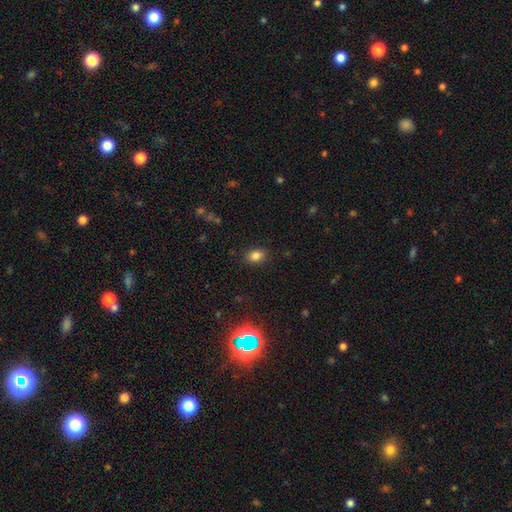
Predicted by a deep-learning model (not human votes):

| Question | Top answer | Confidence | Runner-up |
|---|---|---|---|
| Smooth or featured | smooth | 83% | star or artifact (11%) |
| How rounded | in between | 71% | round (27%) |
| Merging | none | 87% | minor disturbance (10%) |